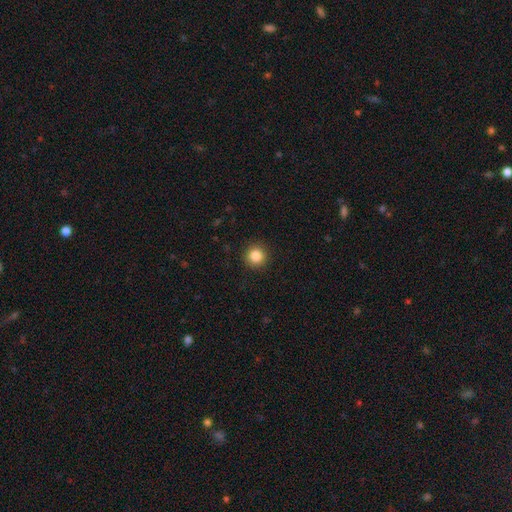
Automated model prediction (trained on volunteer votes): Smooth or featured: smooth — 86% (star or artifact — 10%)
How rounded: round — 95% (in between — 4%)
Merging: none — 92% (minor disturbance — 5%)